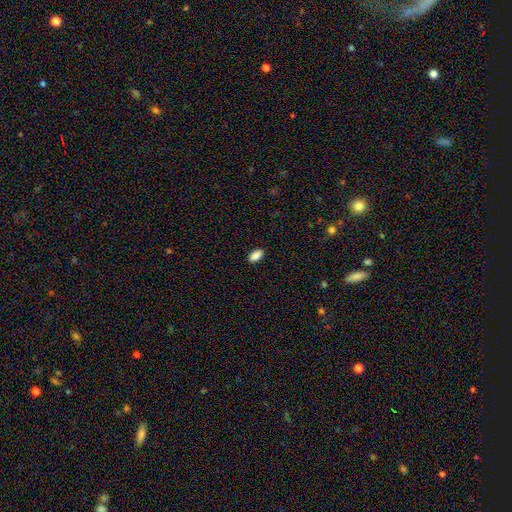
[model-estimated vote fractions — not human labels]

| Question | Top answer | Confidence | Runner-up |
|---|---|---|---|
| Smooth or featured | smooth | 88% | star or artifact (8%) |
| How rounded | in between | 92% | cigar-shaped (4%) |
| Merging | none | 90% | minor disturbance (8%) |